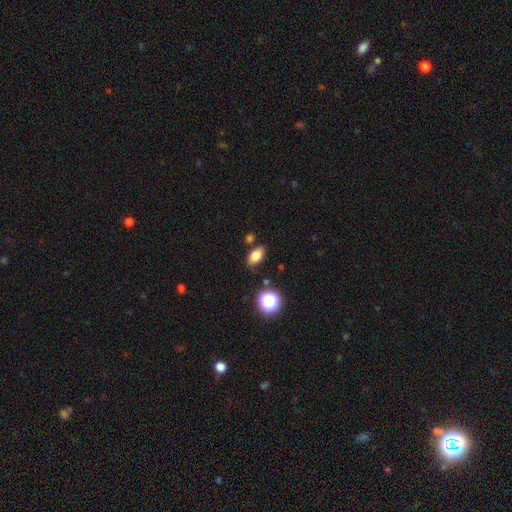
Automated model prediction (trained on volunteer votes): Smooth or featured: smooth — 80% (star or artifact — 12%)
How rounded: in between — 86% (round — 11%)
Merging: none — 82% (minor disturbance — 11%)